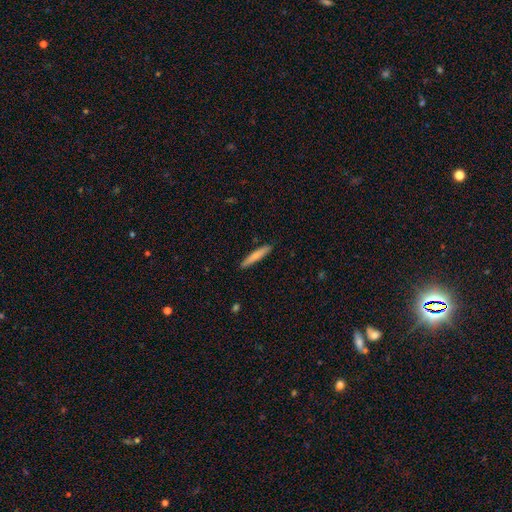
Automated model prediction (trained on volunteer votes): Smooth or featured? Predicted: smooth (p=0.76). How rounded? Predicted: cigar-shaped (p=0.93). Merging? Predicted: none (p=0.90).